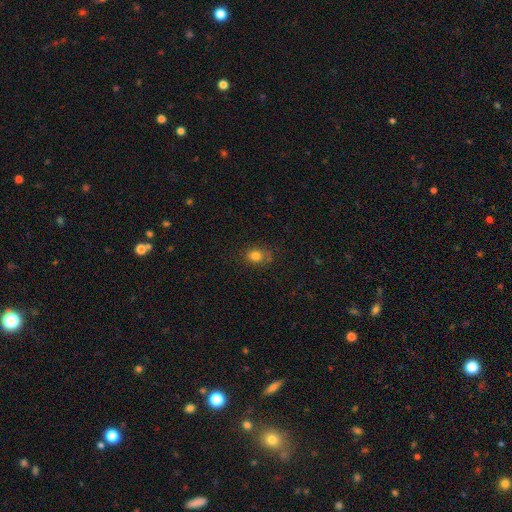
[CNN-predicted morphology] A smooth galaxy with no disk features (79%) that is round (59%). Merging: none (72%).